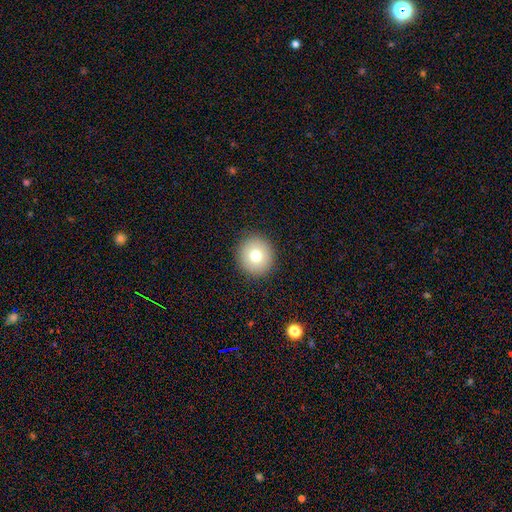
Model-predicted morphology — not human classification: Smooth or featured?
  - smooth: 75% *
  - featured or disk: 14%
  - star or artifact: 12%
How rounded?
  - round: 93% *
  - in between: 6%
  - cigar-shaped: 1%
Merging?
  - none: 91% *
  - minor disturbance: 6%
  - major disturbance: 2%
  - merger: 1%